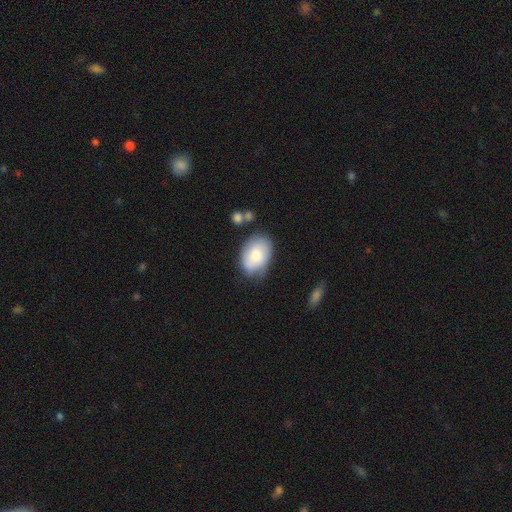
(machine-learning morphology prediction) Q: Smooth or featured?
A: smooth (77%); runner-up: featured or disk (16%)
Q: How rounded?
A: in between (83%); runner-up: round (16%)
Q: Merging?
A: none (63%); runner-up: minor disturbance (25%)